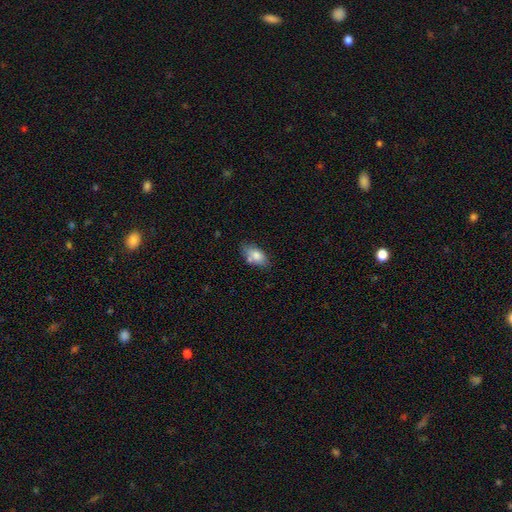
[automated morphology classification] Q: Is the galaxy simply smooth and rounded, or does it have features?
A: smooth — 79%.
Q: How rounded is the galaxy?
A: in between — 90%.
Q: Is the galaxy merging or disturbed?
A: none — 62%.